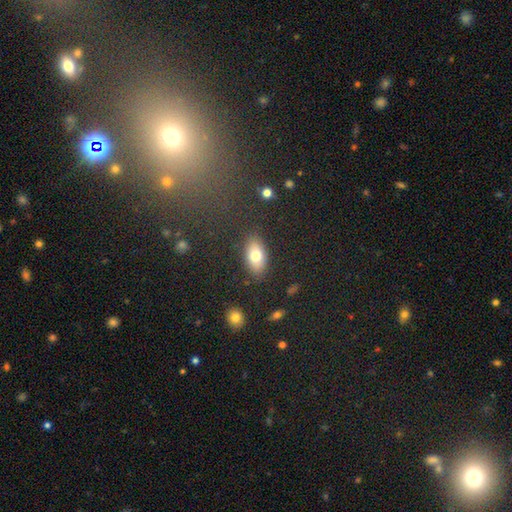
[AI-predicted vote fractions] Smooth or featured? Predicted: smooth (p=0.75). How rounded? Predicted: in between (p=0.89). Merging? Predicted: none (p=0.84).